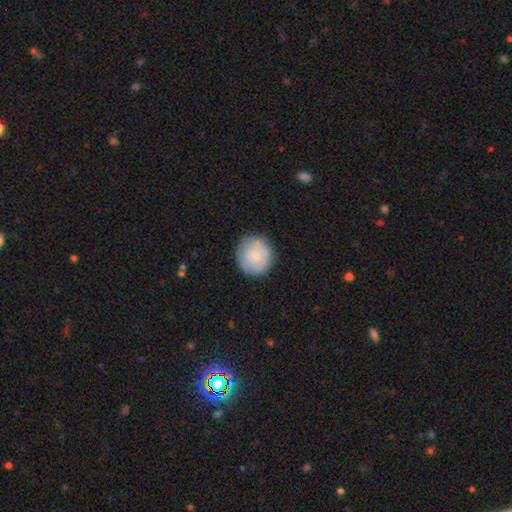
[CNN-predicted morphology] Q: Smooth or featured?
A: smooth (70%); runner-up: featured or disk (23%)
Q: How rounded?
A: round (91%); runner-up: in between (8%)
Q: Merging?
A: none (79%); runner-up: minor disturbance (15%)